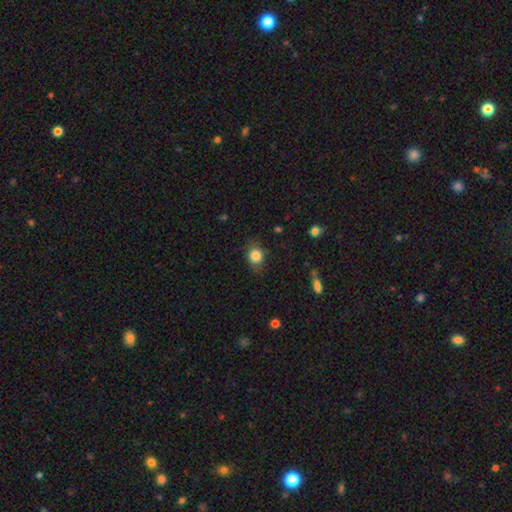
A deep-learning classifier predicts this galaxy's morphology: Smooth or featured: smooth — 82% (star or artifact — 10%)
How rounded: round — 53% (in between — 46%)
Merging: none — 74% (minor disturbance — 20%)